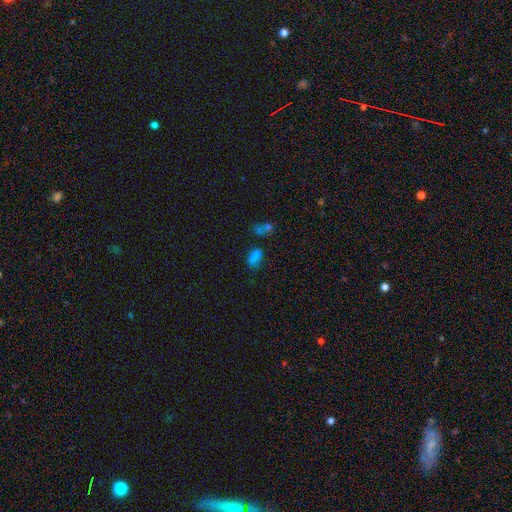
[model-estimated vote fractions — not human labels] smooth 65%, star or artifact 21%, featured or disk 14%. Down the decision tree: how rounded — in between (73%); merging — none (32%).